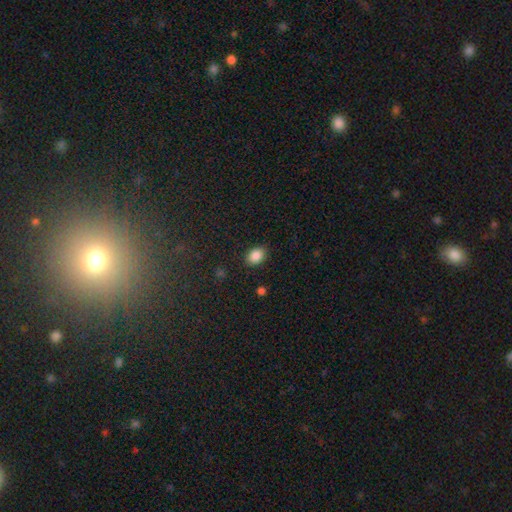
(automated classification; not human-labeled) Smooth or featured: smooth — 88% (star or artifact — 8%)
How rounded: in between — 76% (round — 23%)
Merging: none — 86% (minor disturbance — 10%)